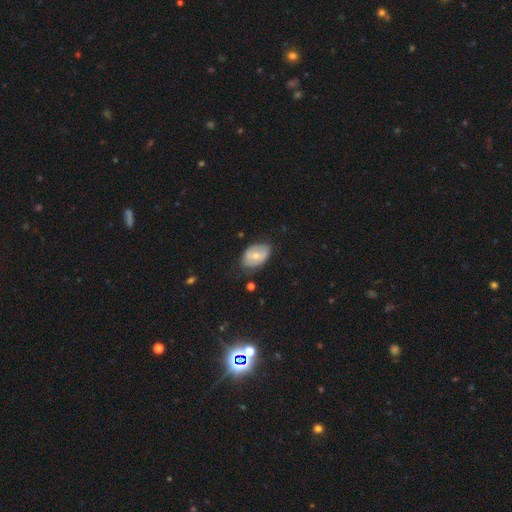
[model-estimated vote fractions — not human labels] Smooth or featured?
  - smooth: 48% *
  - featured or disk: 45%
  - star or artifact: 6%
Merging?
  - none: 64% *
  - minor disturbance: 27%
  - major disturbance: 7%
  - merger: 2%